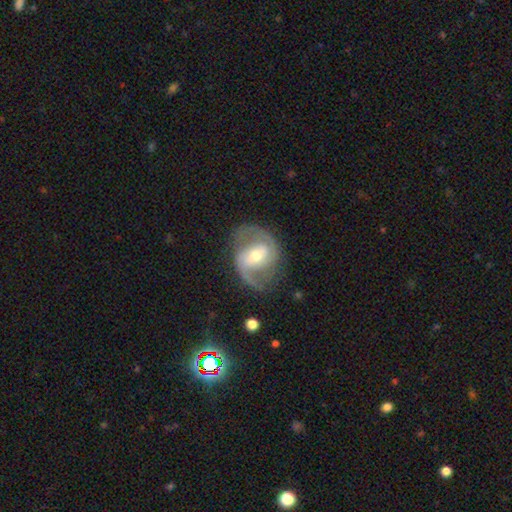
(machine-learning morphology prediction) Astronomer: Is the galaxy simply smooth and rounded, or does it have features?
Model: featured or disk — 85%.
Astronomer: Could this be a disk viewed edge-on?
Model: no — 97%.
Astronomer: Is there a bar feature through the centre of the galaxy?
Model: weak — 43% (runner-up: no, 31%).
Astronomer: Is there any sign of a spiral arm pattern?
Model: yes — 94%.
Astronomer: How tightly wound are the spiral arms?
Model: medium — 53%.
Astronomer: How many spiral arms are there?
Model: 2 — 89%.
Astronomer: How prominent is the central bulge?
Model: moderate — 57% (runner-up: small, 36%).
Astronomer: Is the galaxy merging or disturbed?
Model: none — 74%.